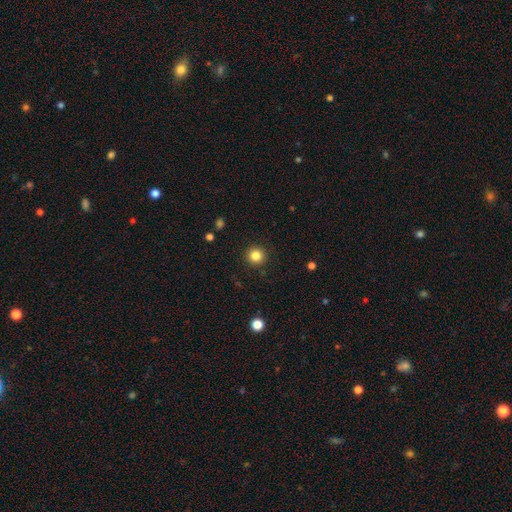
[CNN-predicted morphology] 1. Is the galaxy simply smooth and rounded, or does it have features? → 83% smooth, 12% star or artifact, 5% featured or disk.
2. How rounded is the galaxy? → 94% round, 5% in between, 1% cigar-shaped.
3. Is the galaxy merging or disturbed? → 92% none, 5% minor disturbance, 2% major disturbance, 1% merger.